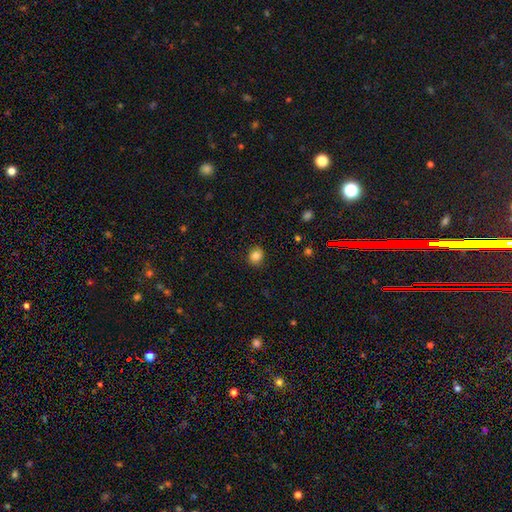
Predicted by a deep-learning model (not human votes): The model was most divided on "how rounded": round: 76%, in between: 23%, cigar-shaped: 1%. More confident: merging — none (86%); smooth or featured — smooth (84%).